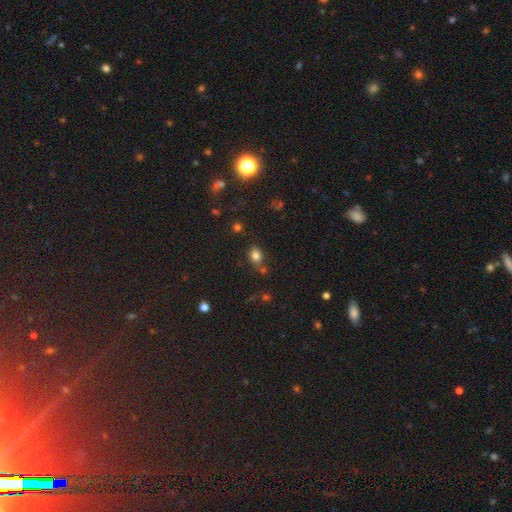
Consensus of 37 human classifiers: Morphology: type=smooth (89%); roundness=round (73%); merging=none (69%).